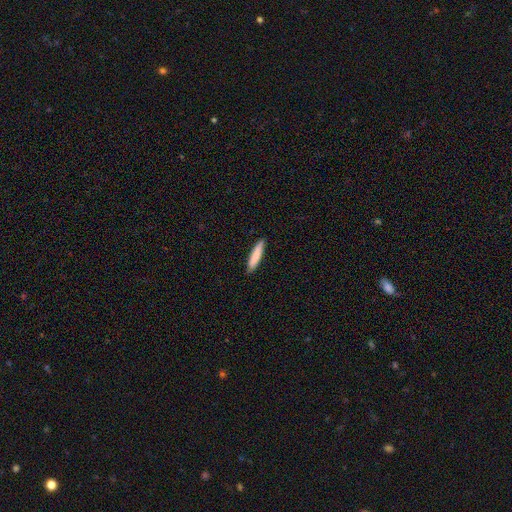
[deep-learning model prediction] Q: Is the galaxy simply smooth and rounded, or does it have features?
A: smooth — 82%.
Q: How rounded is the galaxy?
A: cigar-shaped — 89%.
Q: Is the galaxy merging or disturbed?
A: none — 89%.